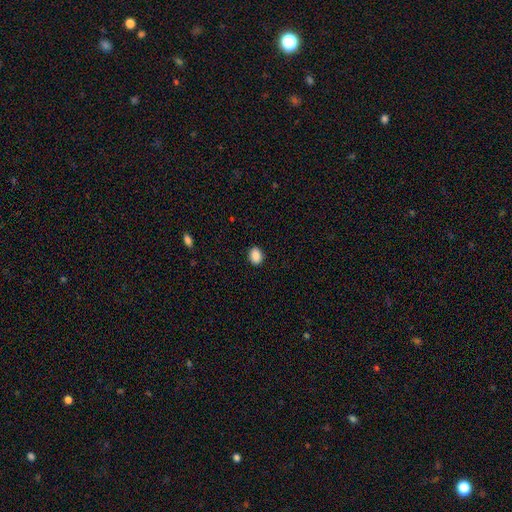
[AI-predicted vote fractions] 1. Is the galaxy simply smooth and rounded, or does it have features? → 89% smooth, 8% star or artifact, 3% featured or disk.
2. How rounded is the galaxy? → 65% in between, 34% round, 1% cigar-shaped.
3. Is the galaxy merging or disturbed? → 90% none, 7% minor disturbance, 2% major disturbance, 1% merger.